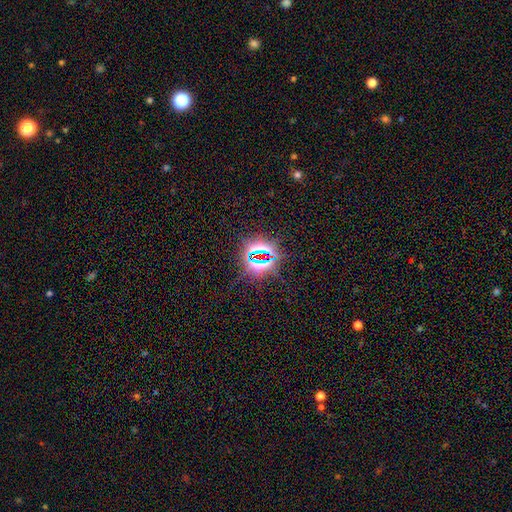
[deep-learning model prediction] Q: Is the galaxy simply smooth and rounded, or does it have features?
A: star or artifact — 75%.